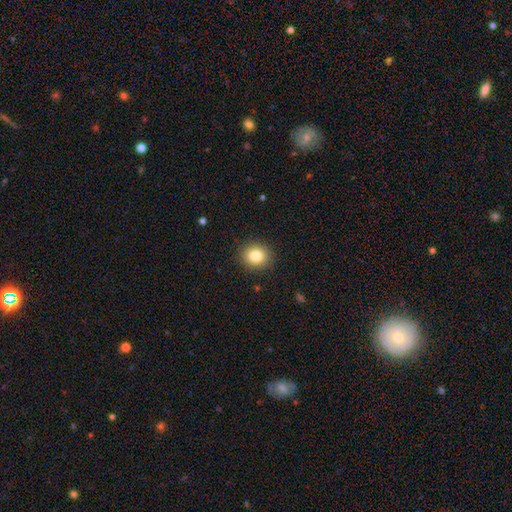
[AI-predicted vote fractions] A smooth galaxy with no disk features (83%) that is round (77%). Merging: none (90%).